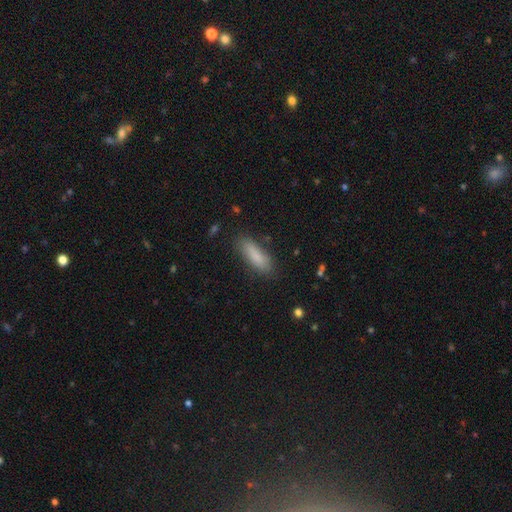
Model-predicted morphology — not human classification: Smooth or featured: smooth — 85% (featured or disk — 8%)
How rounded: cigar-shaped — 52% (in between — 47%)
Merging: none — 81% (minor disturbance — 14%)